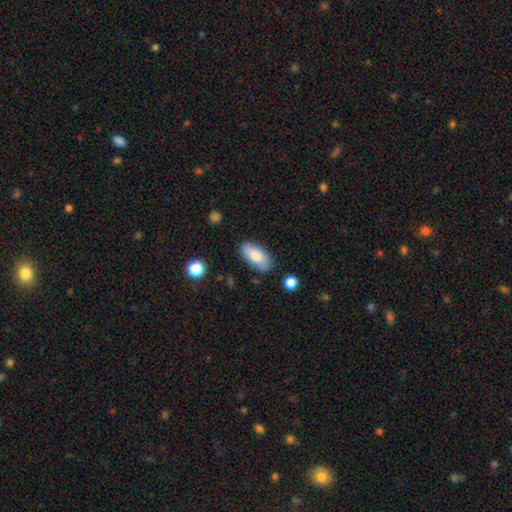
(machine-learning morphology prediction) Overall: smooth (81%). How rounded: in between (91%). Merging: none (77%).